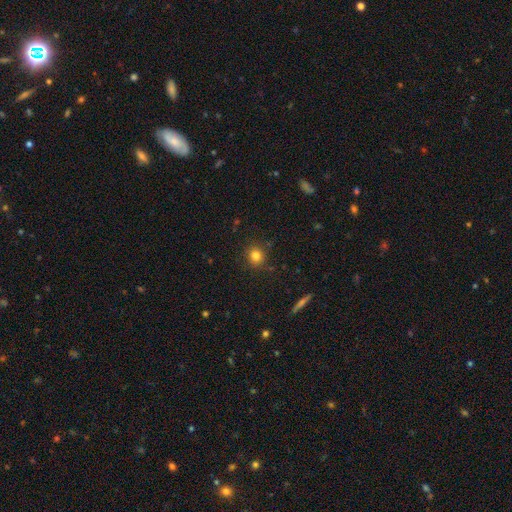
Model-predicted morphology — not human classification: This appears to be a smooth galaxy with no disk features (81%) that is round (86%). Merging: none (88%).